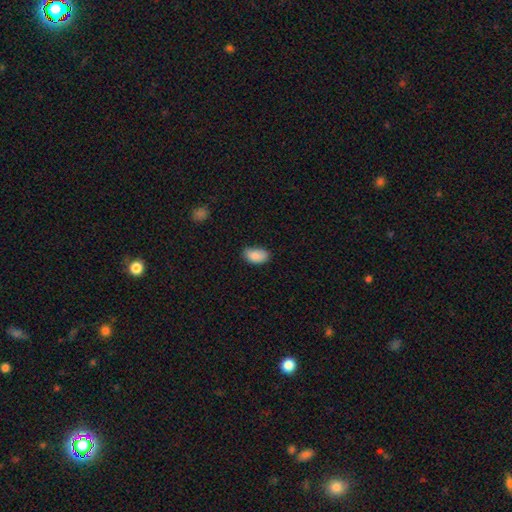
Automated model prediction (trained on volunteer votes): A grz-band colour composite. It shows a smooth galaxy with no disk features (88%) that is in between round and cigar-shaped (93%). Merging: none (70%).